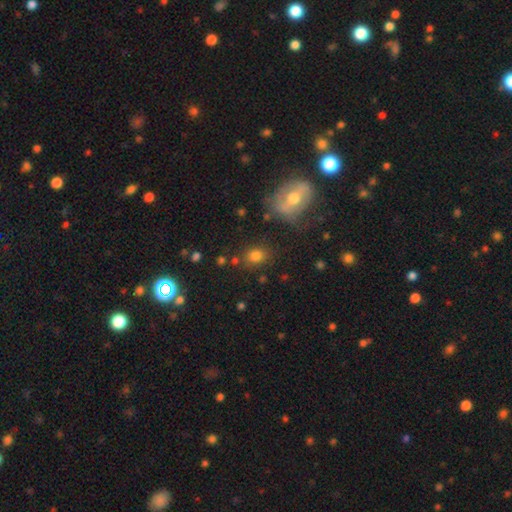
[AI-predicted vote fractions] The model was most divided on "how rounded" (2-way tie): round: 49%, in between: 49%, cigar-shaped: 1%. More confident: merging — none (79%); smooth or featured — smooth (78%).